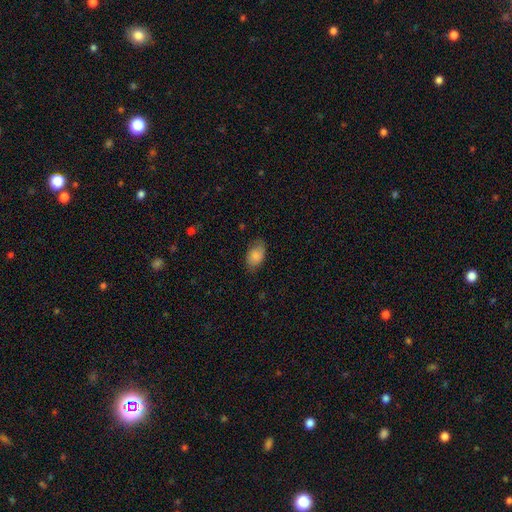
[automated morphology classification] The model was most divided on "merging": none: 76%, minor disturbance: 18%, major disturbance: 4%, merger: 1%. More confident: how rounded — in between (91%); smooth or featured — smooth (83%).